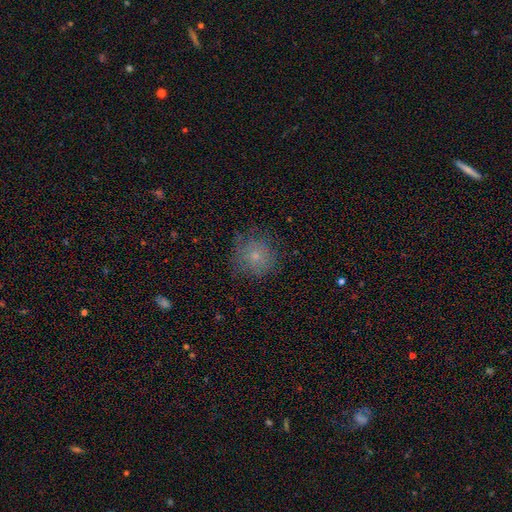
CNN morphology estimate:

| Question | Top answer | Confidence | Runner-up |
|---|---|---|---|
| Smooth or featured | smooth | 69% | featured or disk (19%) |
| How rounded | round | 89% | in between (10%) |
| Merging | none | 72% | minor disturbance (18%) |